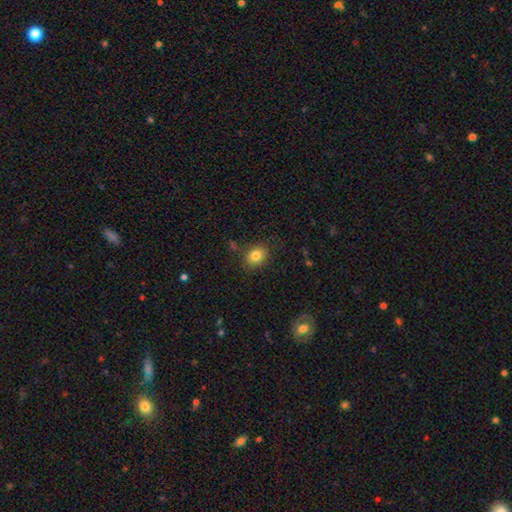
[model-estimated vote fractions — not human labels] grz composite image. It shows a smooth galaxy with no disk features (82%) that is round (55%). Merging: none (83%).